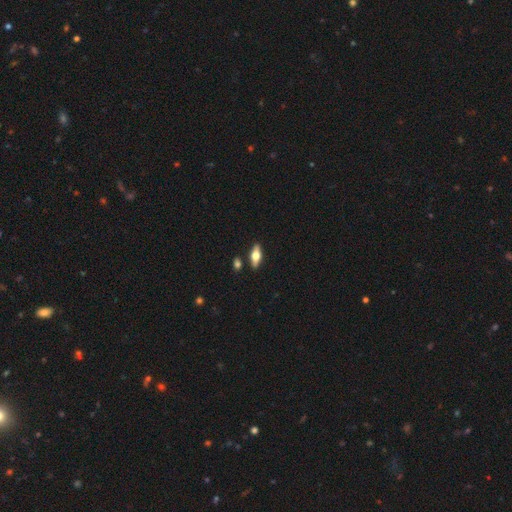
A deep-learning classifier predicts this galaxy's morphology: A featured or disk galaxy (48%).

Vote fractions:
- Smooth or featured? featured or disk: 48% / smooth: 45% / star or artifact: 7%
- Merging? none: 86% / minor disturbance: 8% / merger: 3% / major disturbance: 2%